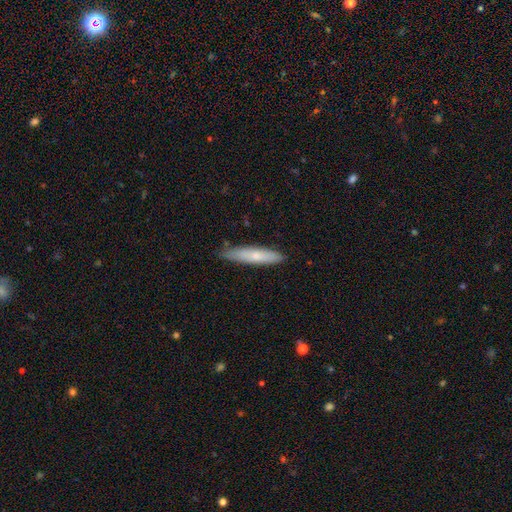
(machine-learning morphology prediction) Smooth or featured?
  - smooth: 69% *
  - featured or disk: 25%
  - star or artifact: 6%
How rounded?
  - cigar-shaped: 87% *
  - in between: 11%
  - round: 1%
Merging?
  - none: 84% *
  - minor disturbance: 13%
  - major disturbance: 2%
  - merger: 1%